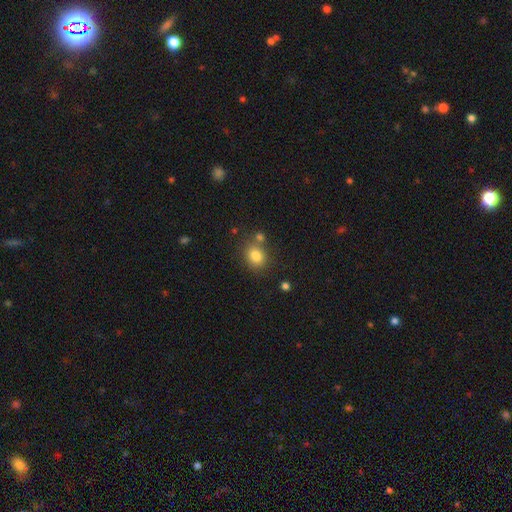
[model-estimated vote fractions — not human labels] Smooth or featured? smooth (82%)
How rounded? round (56%)
Merging? none (70%)